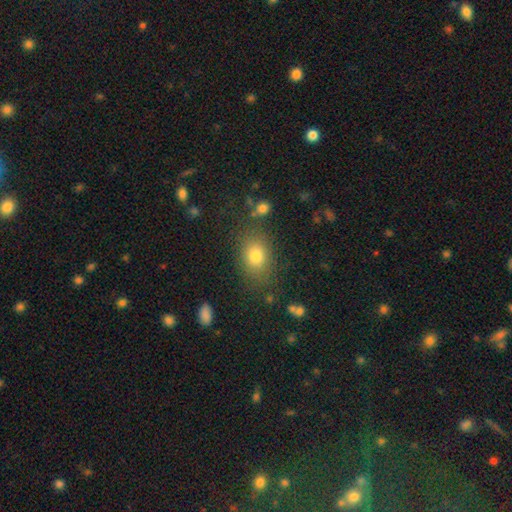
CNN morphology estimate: smooth-or-featured: smooth: 79% | star or artifact: 12% | featured or disk: 9%
  how-rounded: in between: 71% | round: 28% | cigar-shaped: 2%
  merging: none: 80% | minor disturbance: 12% | major disturbance: 5% | merger: 3%